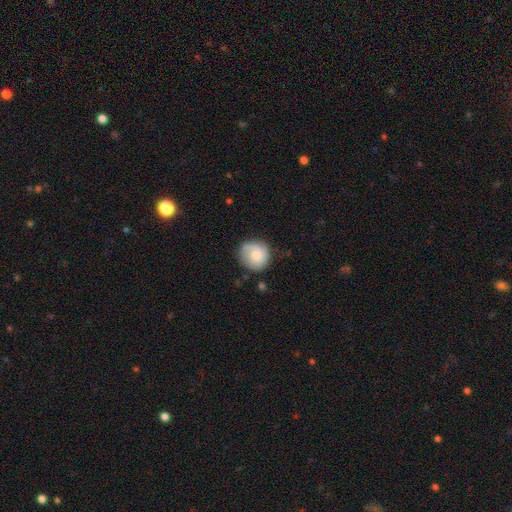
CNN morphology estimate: Smooth or featured?
  - smooth: 62% *
  - featured or disk: 31%
  - star or artifact: 7%
How rounded?
  - round: 85% *
  - in between: 14%
  - cigar-shaped: 1%
Merging?
  - none: 67% *
  - minor disturbance: 23%
  - major disturbance: 7%
  - merger: 2%